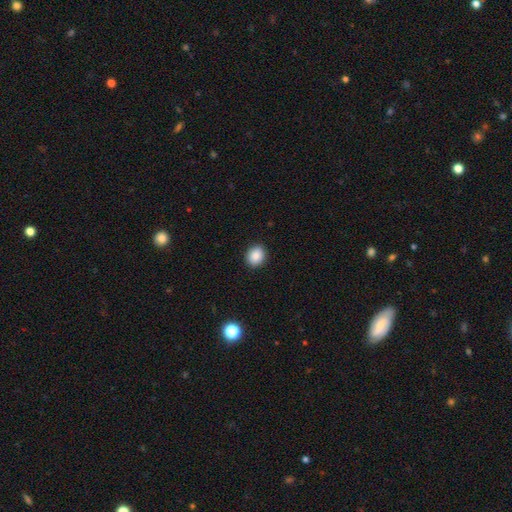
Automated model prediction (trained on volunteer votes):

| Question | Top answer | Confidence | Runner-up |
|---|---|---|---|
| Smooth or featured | smooth | 88% | star or artifact (9%) |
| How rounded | round | 64% | in between (35%) |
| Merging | none | 90% | minor disturbance (7%) |